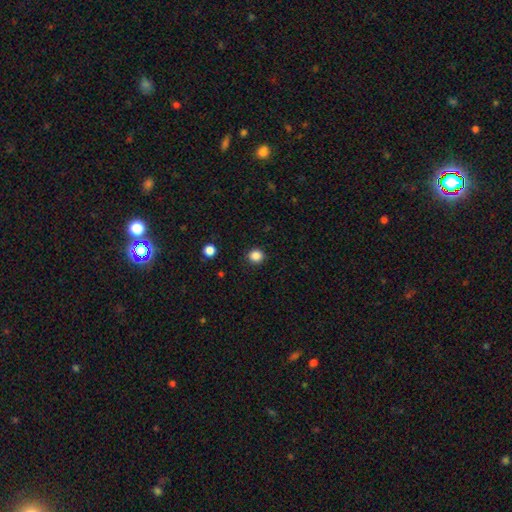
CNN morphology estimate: Smooth or featured? Predicted: smooth (p=0.86). How rounded? Predicted: round (p=0.88). Merging? Predicted: none (p=0.90).